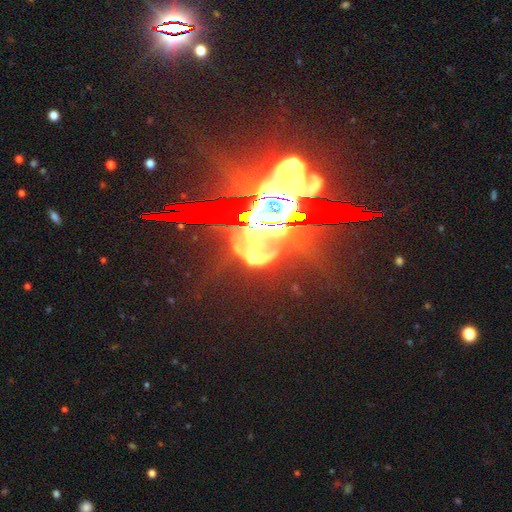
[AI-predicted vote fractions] Smooth or featured? star or artifact (46%)